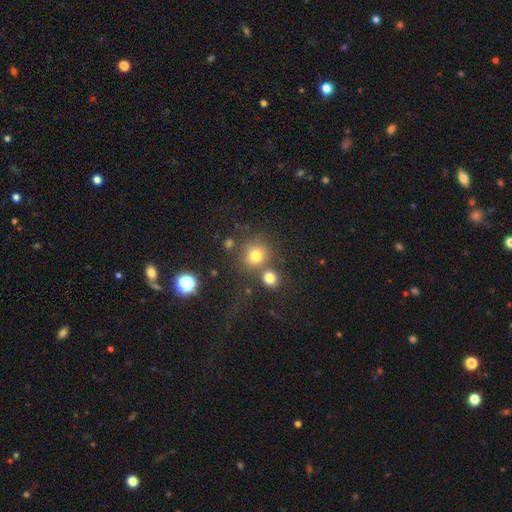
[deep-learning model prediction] Smooth or featured?
  - smooth: 75% *
  - star or artifact: 16%
  - featured or disk: 9%
How rounded?
  - round: 87% *
  - in between: 12%
  - cigar-shaped: 1%
Merging?
  - none: 64% *
  - merger: 22%
  - minor disturbance: 9%
  - major disturbance: 5%